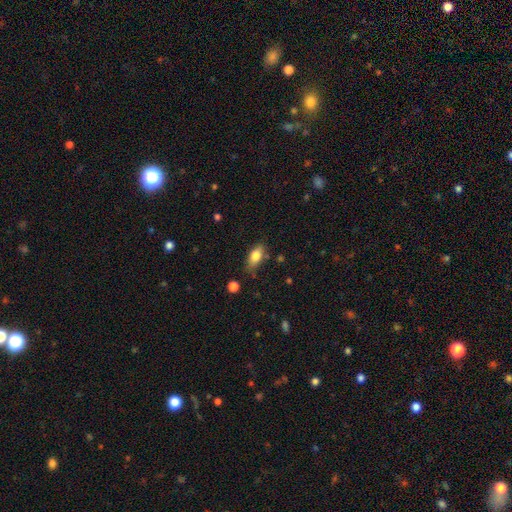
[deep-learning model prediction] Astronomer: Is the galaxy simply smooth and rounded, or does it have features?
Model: smooth — 78%.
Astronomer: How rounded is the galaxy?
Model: in between — 83%.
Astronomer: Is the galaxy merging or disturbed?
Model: none — 75%.